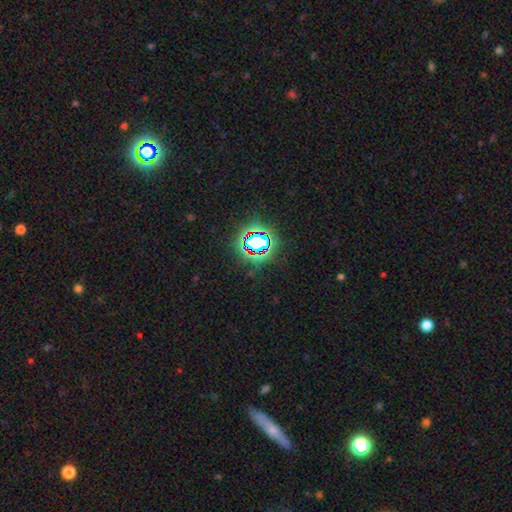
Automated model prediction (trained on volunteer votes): star or artifact 78%, smooth 14%, featured or disk 8%.